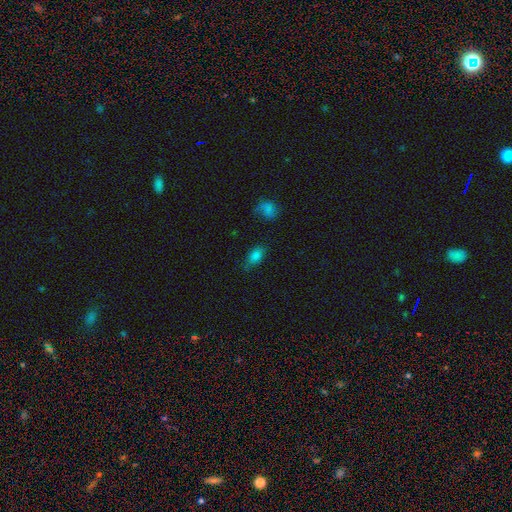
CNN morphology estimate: Smooth or featured? Predicted: smooth (p=0.78). How rounded? Predicted: in between (p=0.86). Merging? Predicted: none (p=0.73).